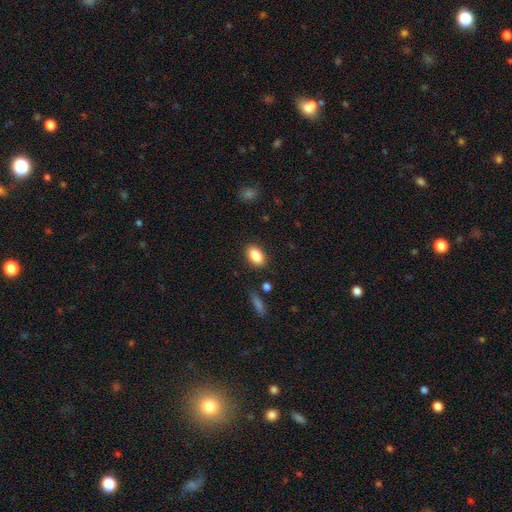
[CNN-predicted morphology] A smooth galaxy with no disk features (86%) that is in between round and cigar-shaped (89%).

Vote fractions:
- Smooth or featured? smooth: 86% / star or artifact: 8% / featured or disk: 6%
- How rounded? in between: 89% / round: 9% / cigar-shaped: 2%
- Merging? none: 86% / minor disturbance: 9% / major disturbance: 3% / merger: 2%